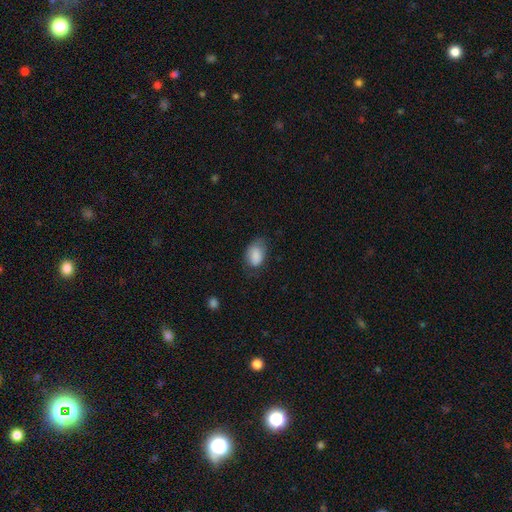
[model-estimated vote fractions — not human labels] Smooth or featured? Predicted: smooth (p=0.84). How rounded? Predicted: in between (p=0.84). Merging? Predicted: none (p=0.53).